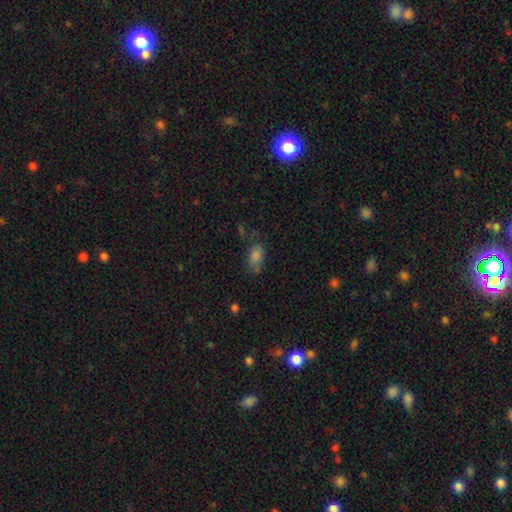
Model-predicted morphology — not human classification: smooth_or_featured: smooth (p=0.77) [alt: star or artifact p=0.12]
how_rounded: in between (p=0.85) [alt: round p=0.12]
merging: none (p=0.52) [alt: minor disturbance p=0.26]